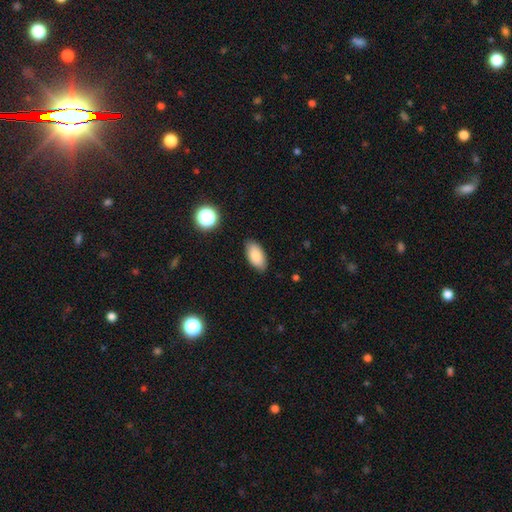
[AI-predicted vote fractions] This is clearly a smooth galaxy (84%). How rounded: clearly in between (92%). Merging: clearly none (86%).